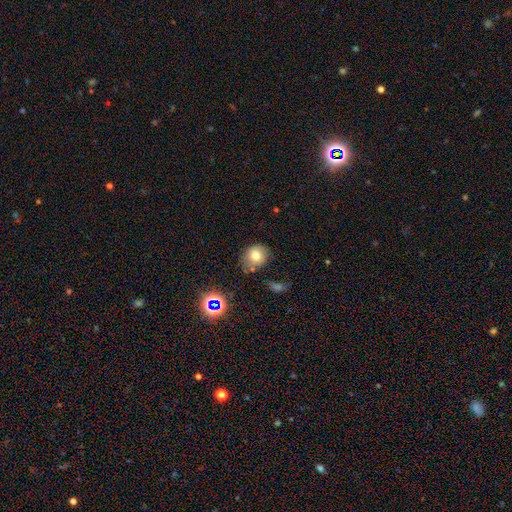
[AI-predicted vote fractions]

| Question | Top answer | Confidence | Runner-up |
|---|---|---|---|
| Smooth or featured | smooth | 73% | star or artifact (14%) |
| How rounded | round | 72% | in between (27%) |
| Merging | none | 65% | minor disturbance (22%) |